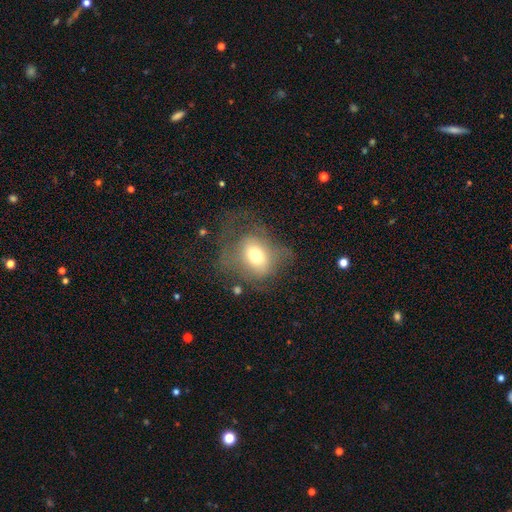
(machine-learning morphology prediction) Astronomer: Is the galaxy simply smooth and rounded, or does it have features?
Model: smooth — 60%.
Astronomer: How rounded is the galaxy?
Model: in between — 56% (runner-up: round, 43%).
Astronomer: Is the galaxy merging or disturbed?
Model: major disturbance — 40% (runner-up: none, 34%).